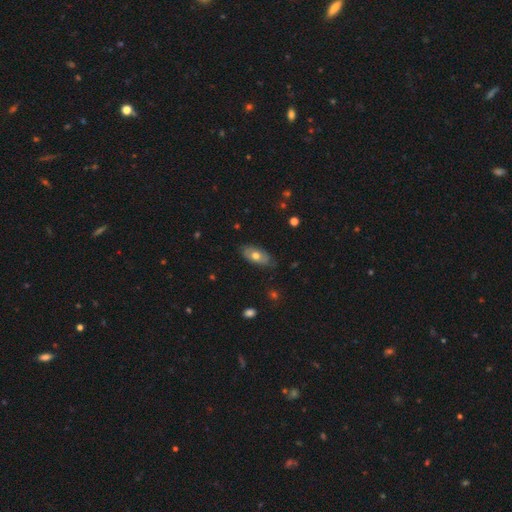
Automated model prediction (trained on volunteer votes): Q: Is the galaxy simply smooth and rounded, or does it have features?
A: smooth — 63%.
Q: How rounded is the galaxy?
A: in between — 89%.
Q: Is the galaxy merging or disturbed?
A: none — 79%.